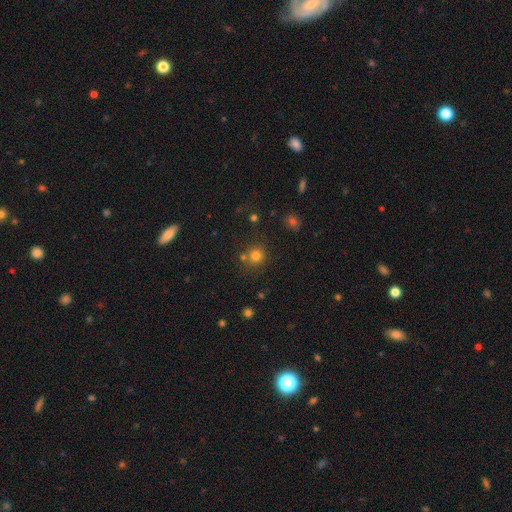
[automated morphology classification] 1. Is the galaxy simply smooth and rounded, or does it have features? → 77% smooth, 16% star or artifact, 7% featured or disk.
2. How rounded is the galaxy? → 88% round, 11% in between, 1% cigar-shaped.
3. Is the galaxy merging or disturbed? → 71% none, 16% merger, 10% minor disturbance, 4% major disturbance.